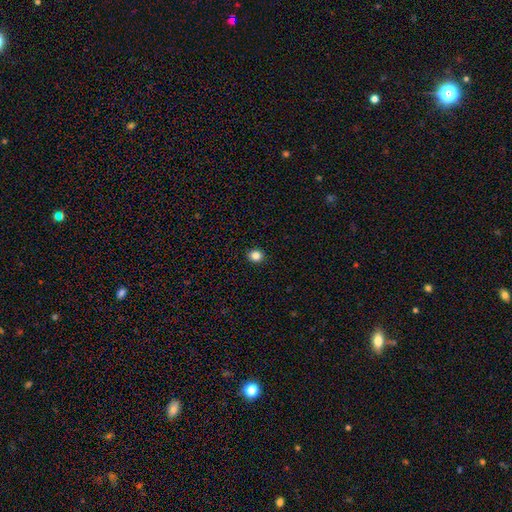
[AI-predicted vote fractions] This is clearly a smooth galaxy (84%). How rounded: likely round (77%). Merging: clearly none (92%).